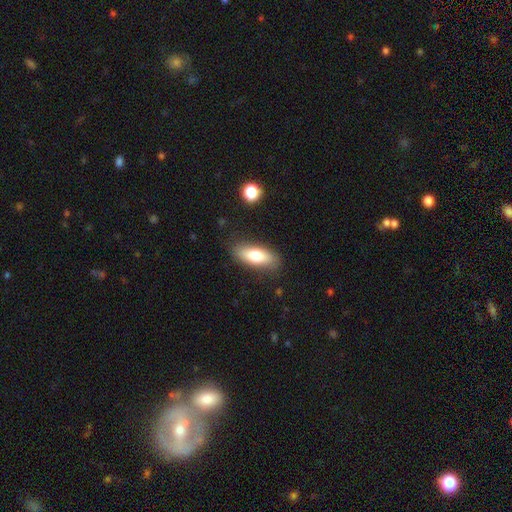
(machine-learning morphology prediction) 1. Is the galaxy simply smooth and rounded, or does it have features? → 74% smooth, 19% featured or disk, 7% star or artifact.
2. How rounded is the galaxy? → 72% in between, 25% cigar-shaped, 3% round.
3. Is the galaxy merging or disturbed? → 83% none, 12% minor disturbance, 3% major disturbance, 2% merger.